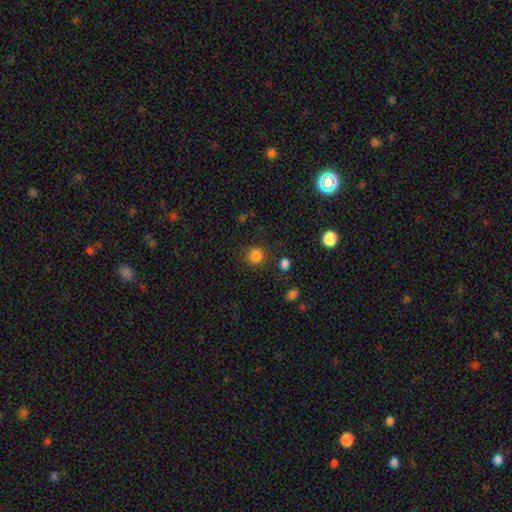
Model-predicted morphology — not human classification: smooth_or_featured: smooth (p=0.84) [alt: star or artifact p=0.13]
how_rounded: round (p=0.92) [alt: in between p=0.07]
merging: none (p=0.86) [alt: minor disturbance p=0.08]